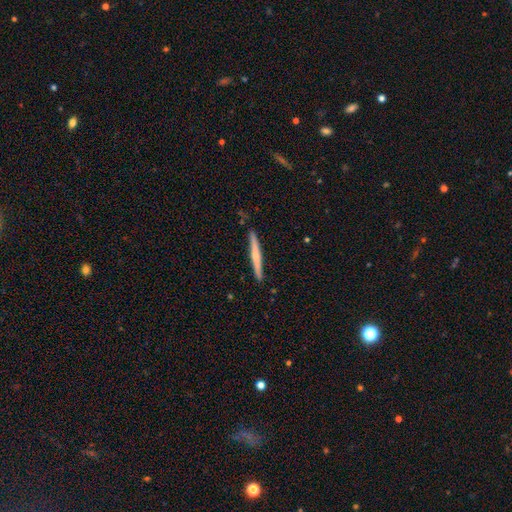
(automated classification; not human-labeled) The model was most divided on "smooth or featured": smooth: 53%, featured or disk: 42%, star or artifact: 5%. More confident: how rounded — cigar-shaped (97%); merging — none (89%).